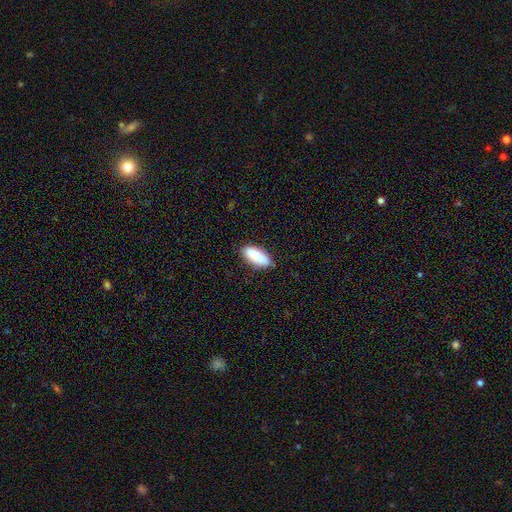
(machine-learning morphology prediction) Q: Smooth or featured?
A: smooth (87%); runner-up: featured or disk (7%)
Q: How rounded?
A: in between (75%); runner-up: cigar-shaped (23%)
Q: Merging?
A: none (81%); runner-up: minor disturbance (15%)